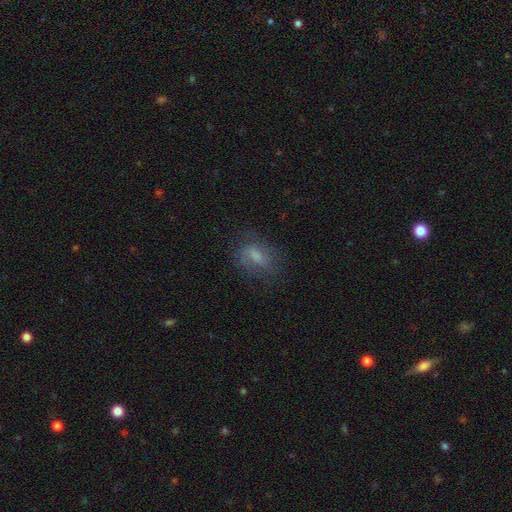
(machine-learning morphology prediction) Smooth or featured? smooth (58%)
How rounded? in between (77%)
Merging? none (63%)